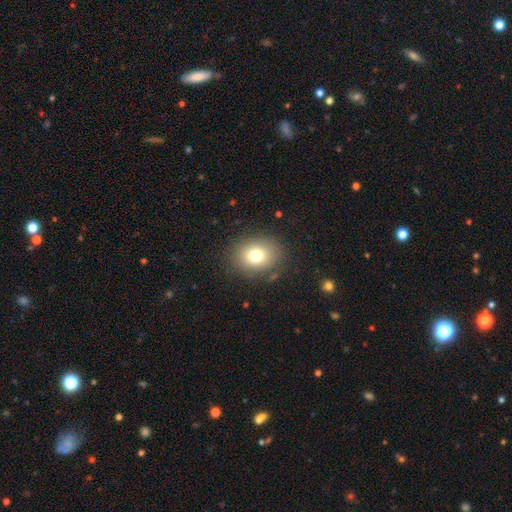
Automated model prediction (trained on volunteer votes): smooth_or_featured: smooth (p=0.76) [alt: star or artifact p=0.12]
how_rounded: round (p=0.57) [alt: in between p=0.42]
merging: none (p=0.84) [alt: minor disturbance p=0.10]